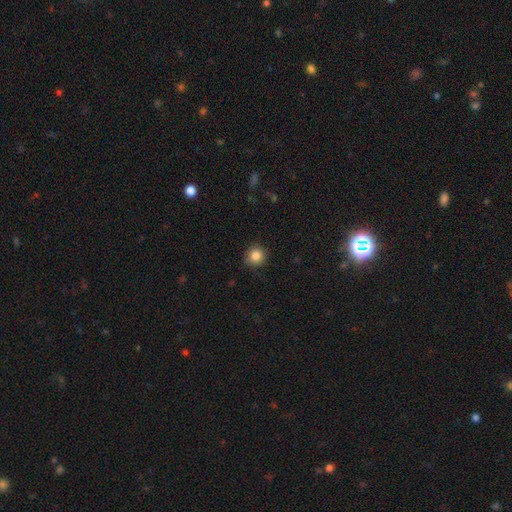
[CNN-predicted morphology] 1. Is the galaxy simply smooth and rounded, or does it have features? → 85% smooth, 11% star or artifact, 5% featured or disk.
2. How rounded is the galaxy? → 94% round, 5% in between, 1% cigar-shaped.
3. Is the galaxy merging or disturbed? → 89% none, 8% minor disturbance, 2% major disturbance, 1% merger.